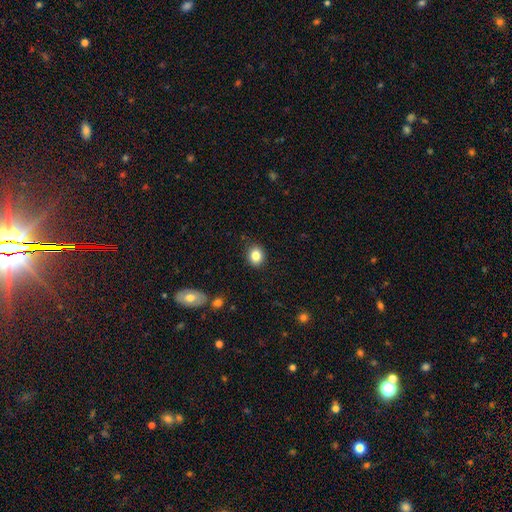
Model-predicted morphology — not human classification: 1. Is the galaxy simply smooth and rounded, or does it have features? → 83% smooth, 10% star or artifact, 7% featured or disk.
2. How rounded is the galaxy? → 61% round, 38% in between, 1% cigar-shaped.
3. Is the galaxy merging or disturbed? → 89% none, 8% minor disturbance, 2% major disturbance, 1% merger.